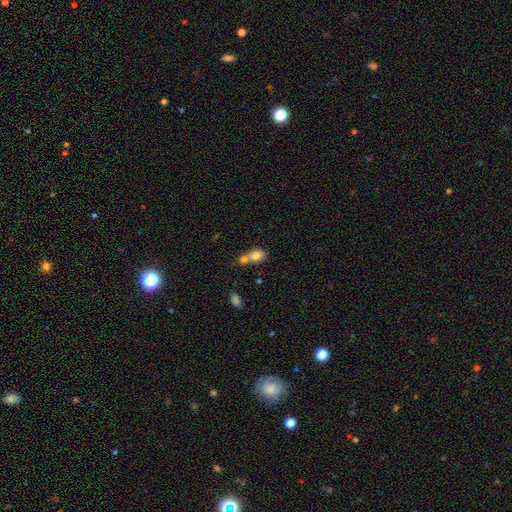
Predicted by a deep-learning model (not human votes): The model was most divided on "how rounded": in between: 62%, round: 36%, cigar-shaped: 2%. More confident: smooth or featured — smooth (78%); merging — merger (58%).